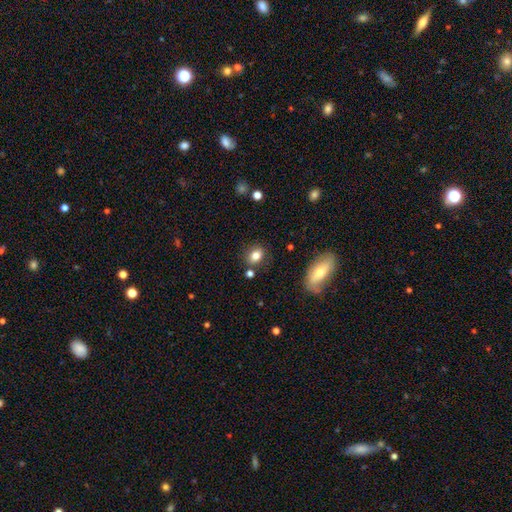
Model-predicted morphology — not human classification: This appears to be a smooth galaxy with no disk features (80%) that is in between round and cigar-shaped (57%). Merging: none (80%).